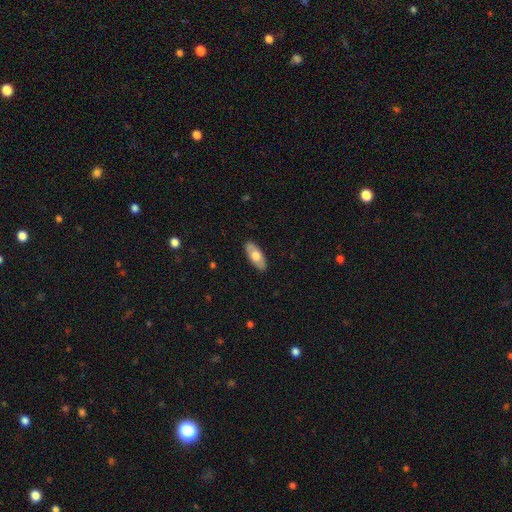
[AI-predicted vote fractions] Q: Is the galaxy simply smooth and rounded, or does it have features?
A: smooth — 67%.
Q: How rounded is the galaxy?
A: in between — 84%.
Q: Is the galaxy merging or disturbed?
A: none — 88%.